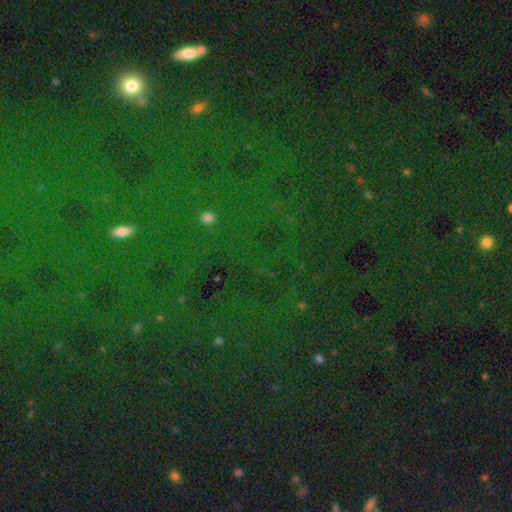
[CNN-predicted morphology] A star or artifact, not a galaxy (78%).